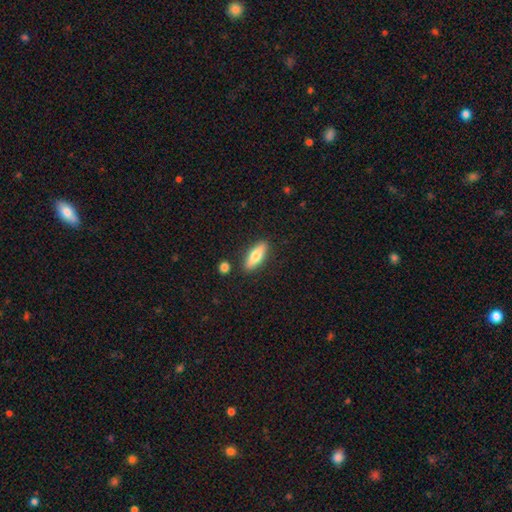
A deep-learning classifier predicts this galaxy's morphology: A smooth galaxy with no disk features (69%) that is in between round and cigar-shaped (50%). Merging: none (85%).